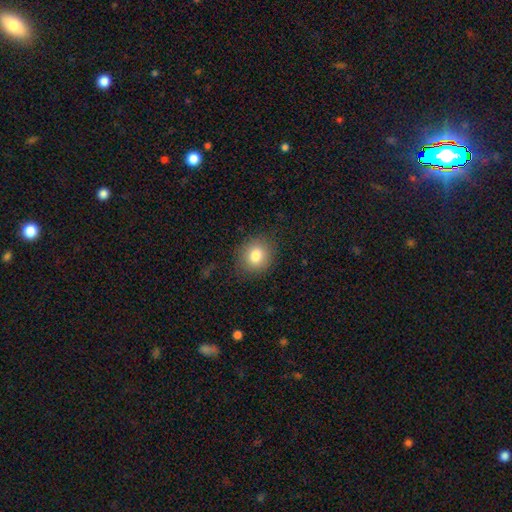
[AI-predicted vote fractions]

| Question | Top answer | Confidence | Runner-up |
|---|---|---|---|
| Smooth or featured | smooth | 81% | star or artifact (10%) |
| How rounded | round | 79% | in between (20%) |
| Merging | none | 86% | minor disturbance (10%) |